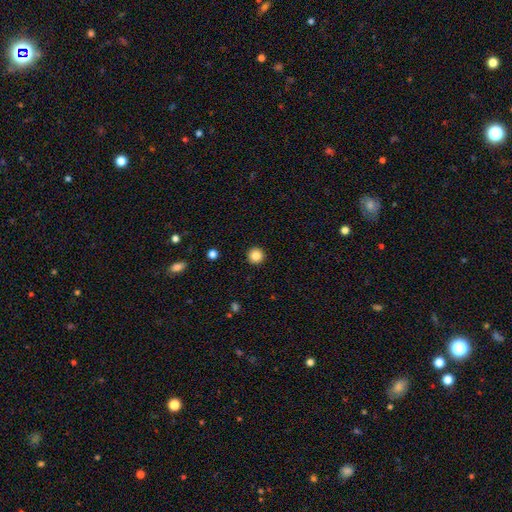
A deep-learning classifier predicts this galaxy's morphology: A smooth galaxy with no disk features (85%) that is round (96%).

Vote fractions:
- Smooth or featured? smooth: 85% / star or artifact: 10% / featured or disk: 5%
- How rounded? round: 96% / in between: 3% / cigar-shaped: 1%
- Merging? none: 93% / minor disturbance: 4% / major disturbance: 2% / merger: 1%